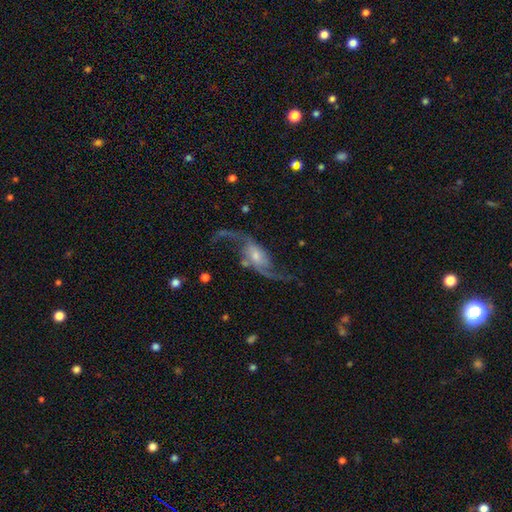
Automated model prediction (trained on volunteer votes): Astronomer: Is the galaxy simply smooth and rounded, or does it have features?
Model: featured or disk — 89%.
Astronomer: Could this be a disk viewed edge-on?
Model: no — 96%.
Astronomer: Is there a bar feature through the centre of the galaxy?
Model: no — 46% (runner-up: weak, 39%).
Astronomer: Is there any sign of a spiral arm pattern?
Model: yes — 97%.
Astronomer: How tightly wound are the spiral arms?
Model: loose — 86%.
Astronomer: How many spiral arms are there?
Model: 2 — 94%.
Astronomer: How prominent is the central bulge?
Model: small — 47% (runner-up: moderate, 39%).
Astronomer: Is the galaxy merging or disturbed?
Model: none — 66%.